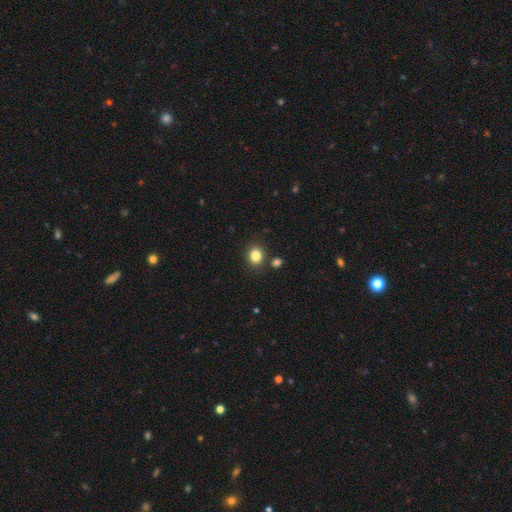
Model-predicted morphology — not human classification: This is clearly a smooth galaxy (84%). How rounded: likely round (68%). Merging: clearly none (82%).